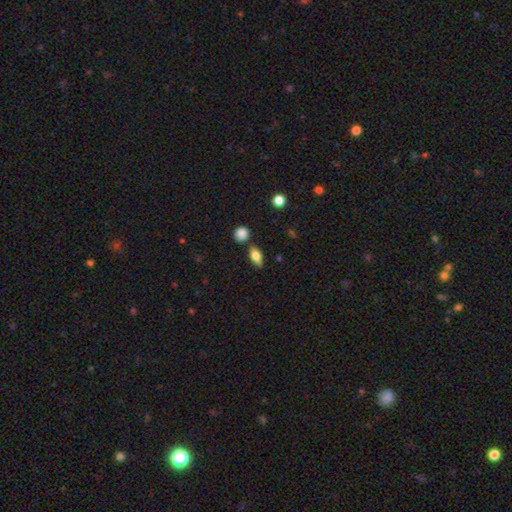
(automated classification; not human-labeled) smooth_or_featured: smooth (p=0.75) [alt: featured or disk p=0.17]
how_rounded: in between (p=0.83) [alt: cigar-shaped p=0.10]
merging: none (p=0.78) [alt: minor disturbance p=0.12]